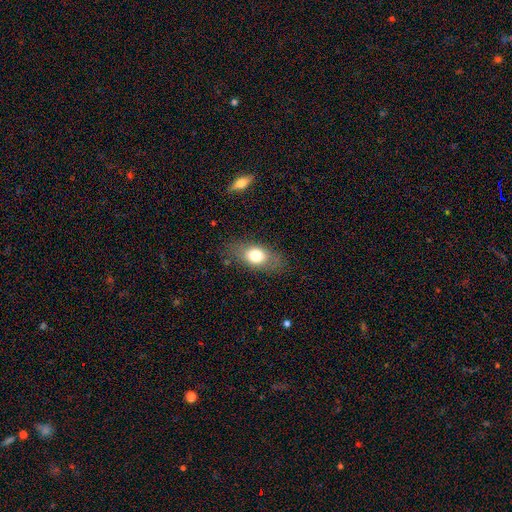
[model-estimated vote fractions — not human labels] Smooth or featured? smooth (72%)
How rounded? in between (80%)
Merging? none (77%)